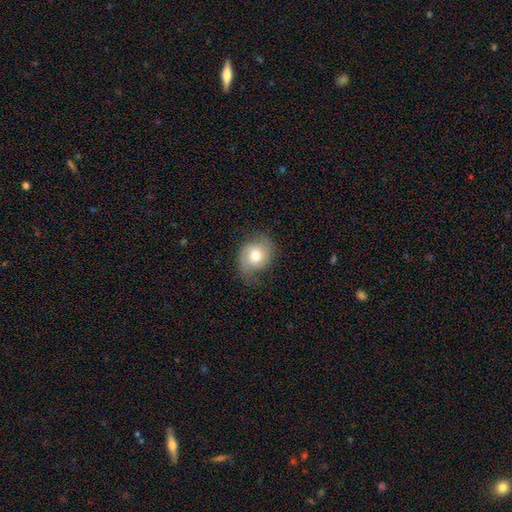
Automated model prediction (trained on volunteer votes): Smooth or featured? Predicted: smooth (p=0.58). How rounded? Predicted: round (p=0.61). Merging? Predicted: none (p=0.58).